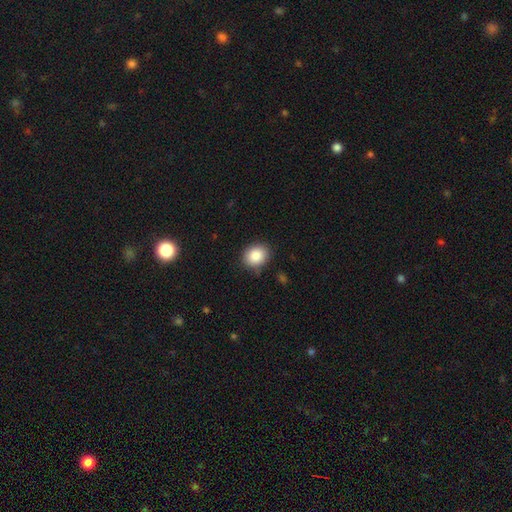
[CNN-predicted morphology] This is clearly a smooth galaxy (86%). How rounded: likely round (64%). Merging: clearly none (86%).